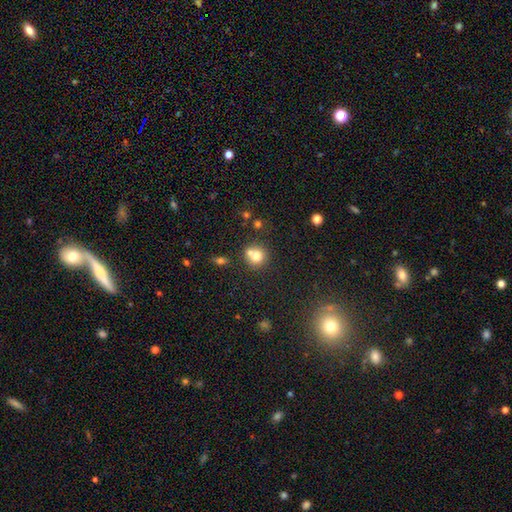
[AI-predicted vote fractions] The model was most divided on "merging": none: 50%, merger: 38%, minor disturbance: 9%, major disturbance: 3%. More confident: how rounded — round (86%); smooth or featured — smooth (74%).